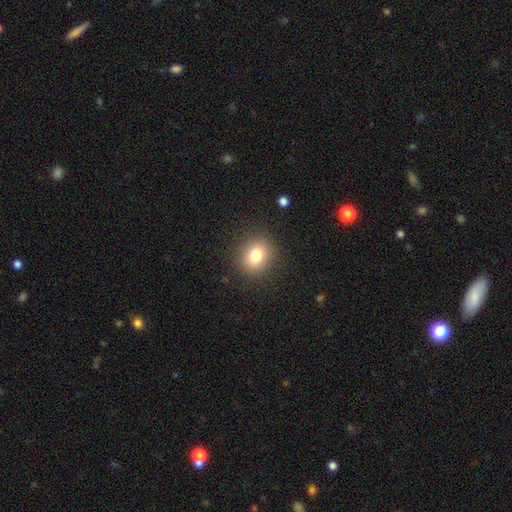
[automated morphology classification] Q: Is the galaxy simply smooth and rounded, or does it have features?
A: smooth — 79%.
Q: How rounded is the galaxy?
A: round — 72%.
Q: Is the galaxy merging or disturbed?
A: none — 88%.